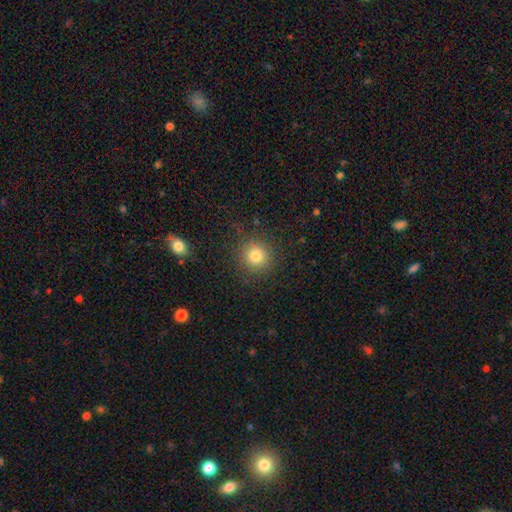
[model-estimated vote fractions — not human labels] A smooth galaxy with no disk features (80%) that is round (93%).

Vote fractions:
- Smooth or featured? smooth: 80% / star or artifact: 13% / featured or disk: 7%
- How rounded? round: 93% / in between: 6% / cigar-shaped: 1%
- Merging? none: 88% / minor disturbance: 8% / major disturbance: 3% / merger: 1%